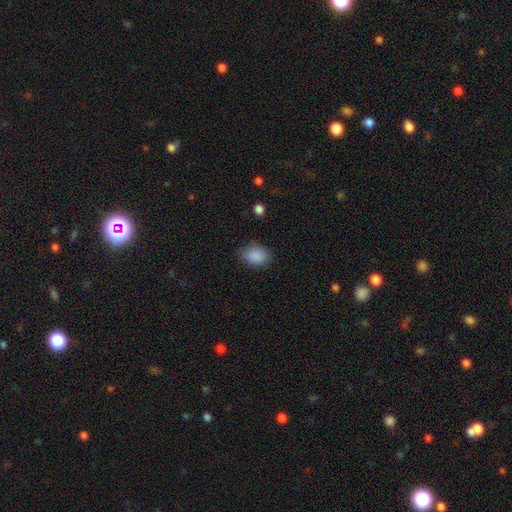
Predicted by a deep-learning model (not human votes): Smooth or featured? smooth (89%)
How rounded? in between (70%)
Merging? none (80%)